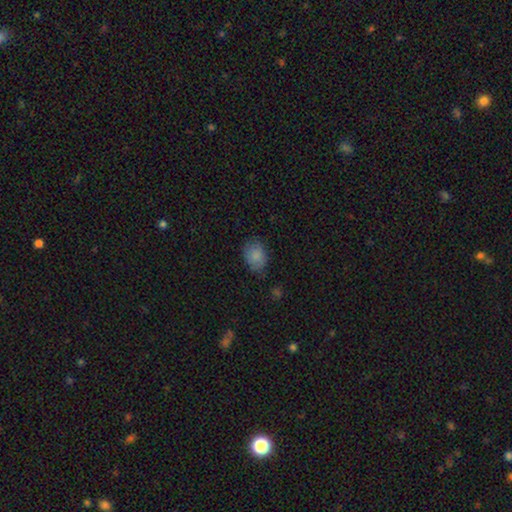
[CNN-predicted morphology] A smooth galaxy with no disk features (84%) that is in between round and cigar-shaped (71%). Merging: none (73%).